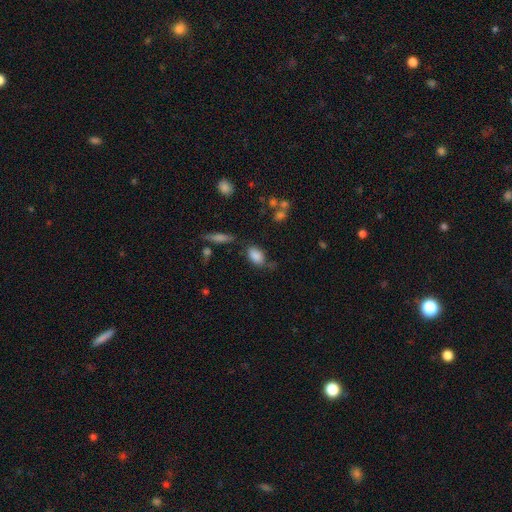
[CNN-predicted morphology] smooth_or_featured: smooth (p=0.85) [alt: star or artifact p=0.08]
how_rounded: in between (p=0.88) [alt: round p=0.09]
merging: none (p=0.62) [alt: minor disturbance p=0.24]